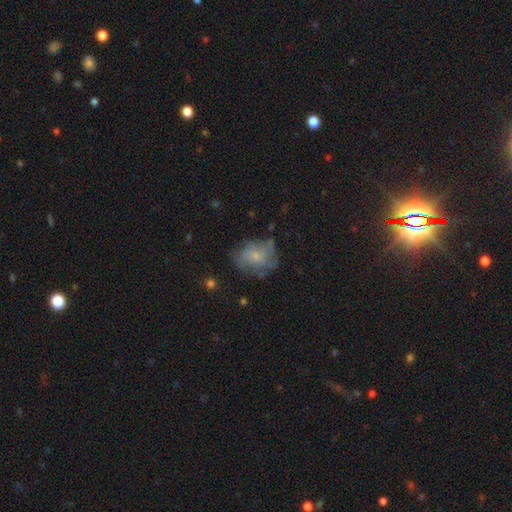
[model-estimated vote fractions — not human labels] A featured or disk galaxy (50%).

Vote fractions:
- Smooth or featured? featured or disk: 50% / smooth: 39% / star or artifact: 11%
- Merging? none: 60% / minor disturbance: 23% / major disturbance: 15% / merger: 2%